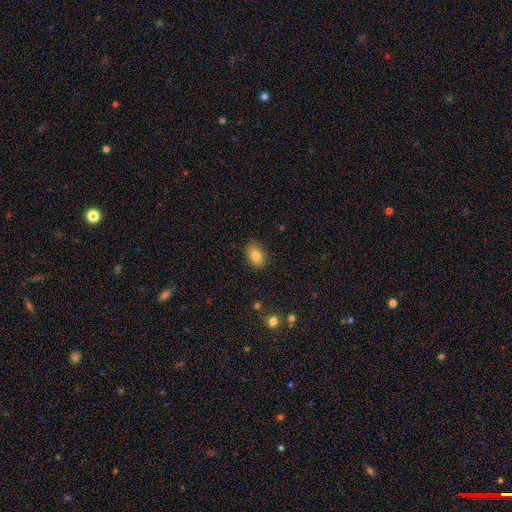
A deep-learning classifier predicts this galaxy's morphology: Smooth or featured? smooth (83%)
How rounded? in between (84%)
Merging? none (87%)